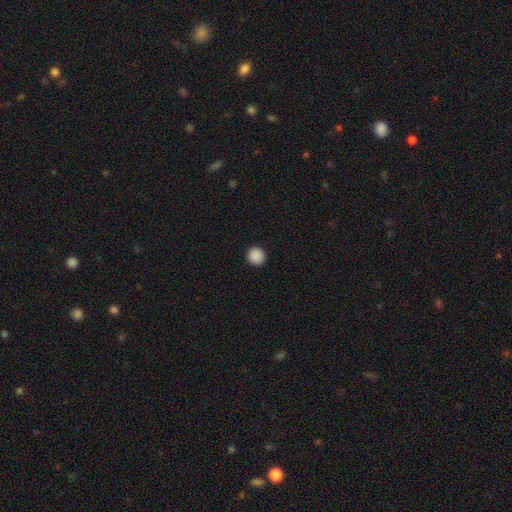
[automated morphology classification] Q: Smooth or featured?
A: smooth (89%); runner-up: star or artifact (9%)
Q: How rounded?
A: round (94%); runner-up: in between (5%)
Q: Merging?
A: none (94%); runner-up: minor disturbance (4%)